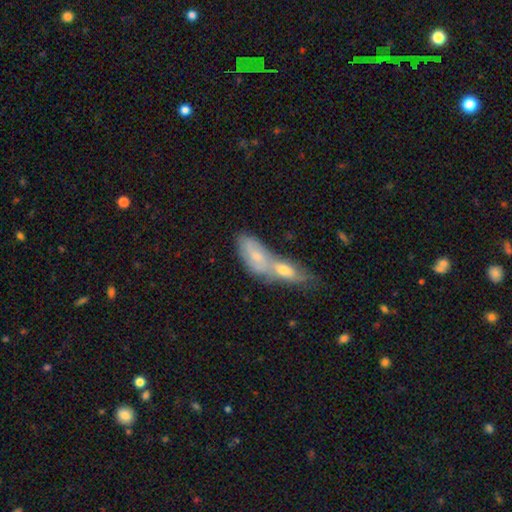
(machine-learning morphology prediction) Smooth or featured?
  - smooth: 54% *
  - featured or disk: 39%
  - star or artifact: 7%
How rounded?
  - in between: 80% *
  - cigar-shaped: 16%
  - round: 4%
Merging?
  - merger: 65% *
  - none: 21%
  - minor disturbance: 9%
  - major disturbance: 4%